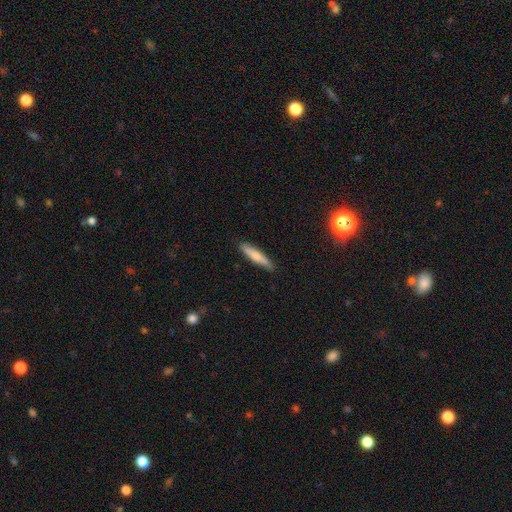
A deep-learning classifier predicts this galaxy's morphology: Q: Smooth or featured?
A: smooth (66%); runner-up: featured or disk (28%)
Q: How rounded?
A: cigar-shaped (89%); runner-up: in between (9%)
Q: Merging?
A: none (87%); runner-up: minor disturbance (10%)